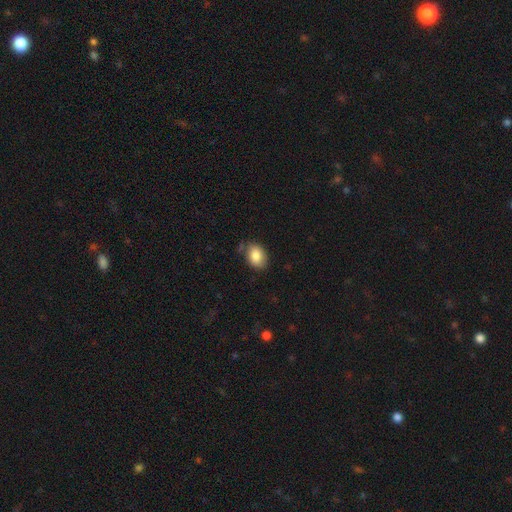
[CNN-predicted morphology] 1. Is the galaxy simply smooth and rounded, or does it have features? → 85% smooth, 8% star or artifact, 7% featured or disk.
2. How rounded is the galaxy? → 74% in between, 25% round, 1% cigar-shaped.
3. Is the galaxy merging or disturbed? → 75% none, 18% minor disturbance, 4% major disturbance, 4% merger.